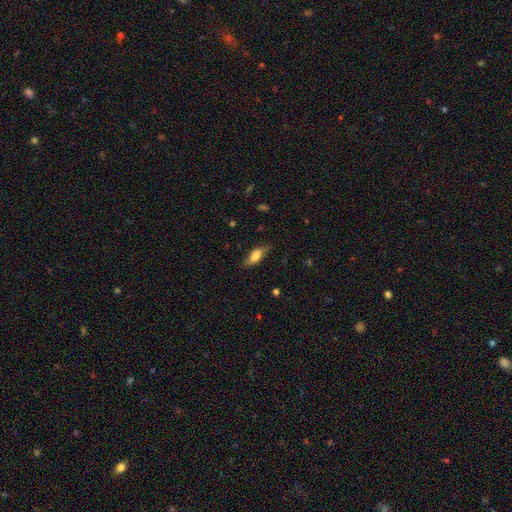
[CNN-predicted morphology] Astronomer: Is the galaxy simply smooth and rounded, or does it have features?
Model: smooth — 74%.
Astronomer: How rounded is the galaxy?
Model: in between — 74%.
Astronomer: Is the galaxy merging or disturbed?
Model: none — 77%.